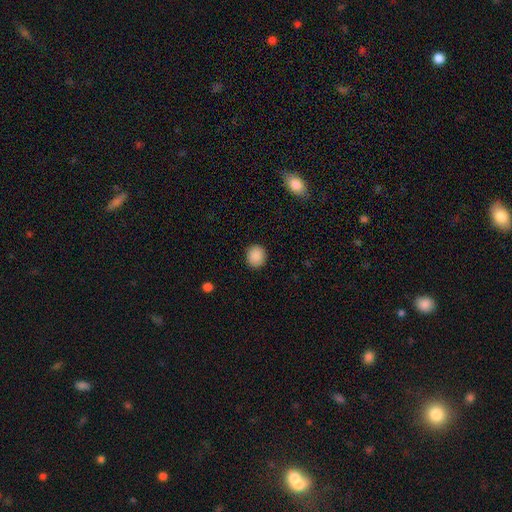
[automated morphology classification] This is clearly a smooth galaxy (89%). How rounded: clearly round (82%). Merging: clearly none (91%).